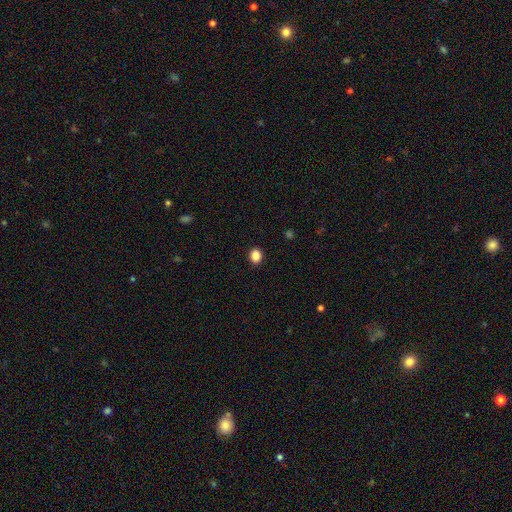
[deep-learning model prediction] This appears to be a smooth galaxy with no disk features (87%) that is round (65%). Merging: none (91%).